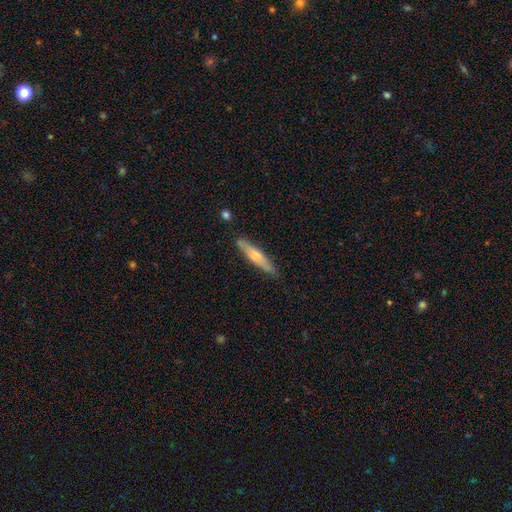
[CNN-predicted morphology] smooth-or-featured: smooth: 55% | featured or disk: 39% | star or artifact: 6%
  how-rounded: cigar-shaped: 88% | in between: 10% | round: 2%
  merging: none: 85% | minor disturbance: 11% | major disturbance: 2% | merger: 2%